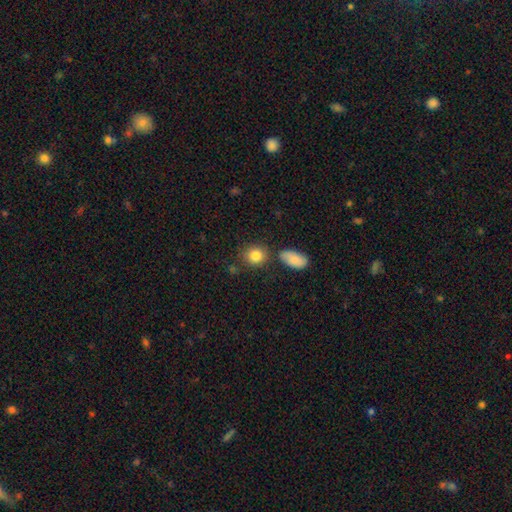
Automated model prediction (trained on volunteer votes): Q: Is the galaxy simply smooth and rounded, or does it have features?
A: smooth — 85%.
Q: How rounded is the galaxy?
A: round — 72%.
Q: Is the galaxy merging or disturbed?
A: none — 74%.